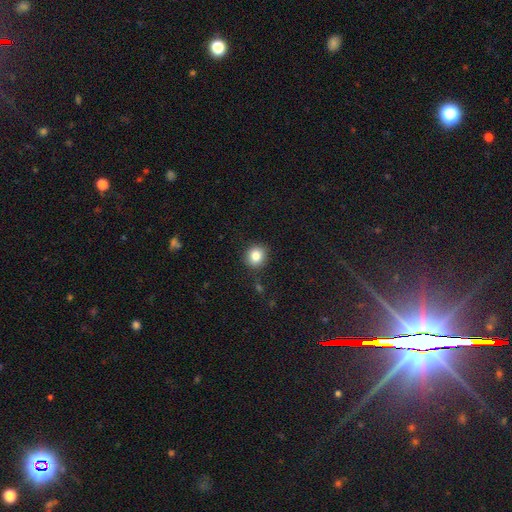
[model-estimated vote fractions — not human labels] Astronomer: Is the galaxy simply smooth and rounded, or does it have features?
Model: smooth — 84%.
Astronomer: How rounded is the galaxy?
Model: round — 81%.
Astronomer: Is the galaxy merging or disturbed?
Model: none — 86%.